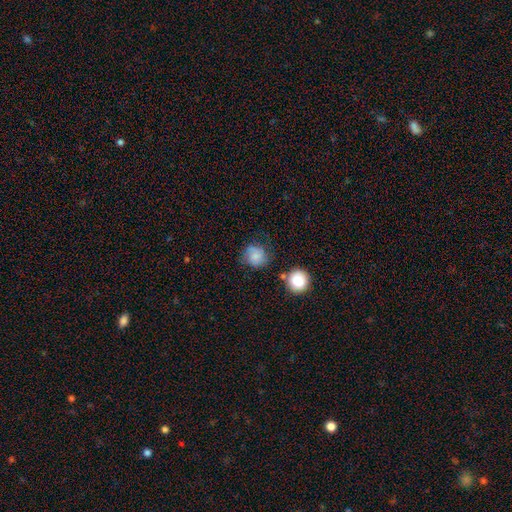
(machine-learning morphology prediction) Overall: smooth (76%). How rounded: round (86%). Merging: none (67%).